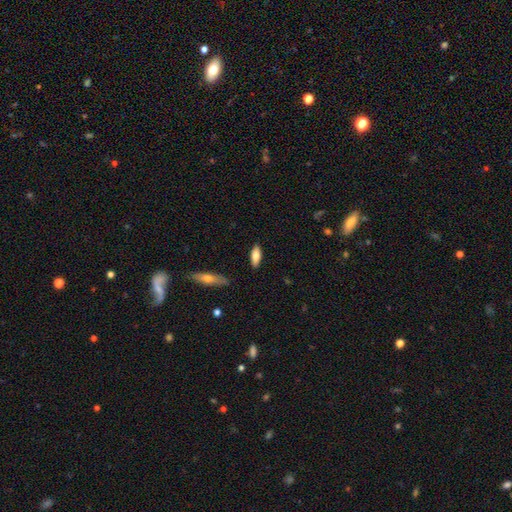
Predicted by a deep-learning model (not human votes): smooth_or_featured: smooth (p=0.72) [alt: featured or disk p=0.22]
how_rounded: in between (p=0.70) [alt: cigar-shaped p=0.28]
merging: none (p=0.88) [alt: minor disturbance p=0.09]